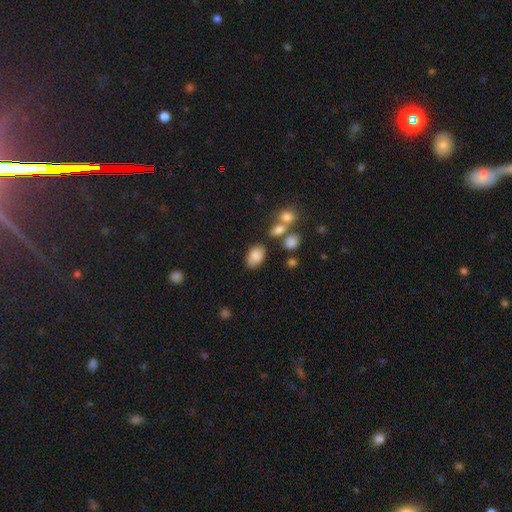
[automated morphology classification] Smooth or featured: smooth — 84% (star or artifact — 9%)
How rounded: in between — 88% (round — 11%)
Merging: none — 73% (minor disturbance — 14%)